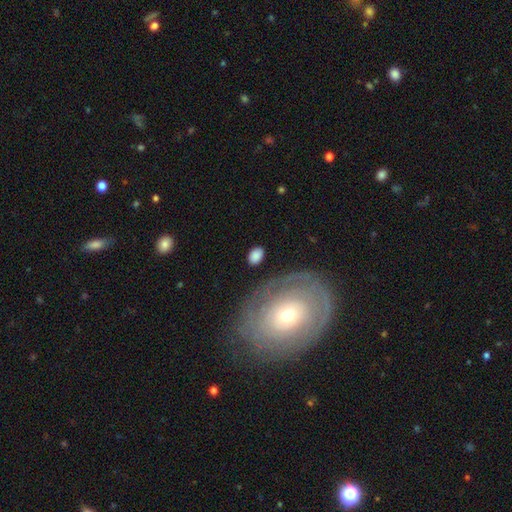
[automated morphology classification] Smooth or featured? smooth (81%)
How rounded? in between (81%)
Merging? none (81%)